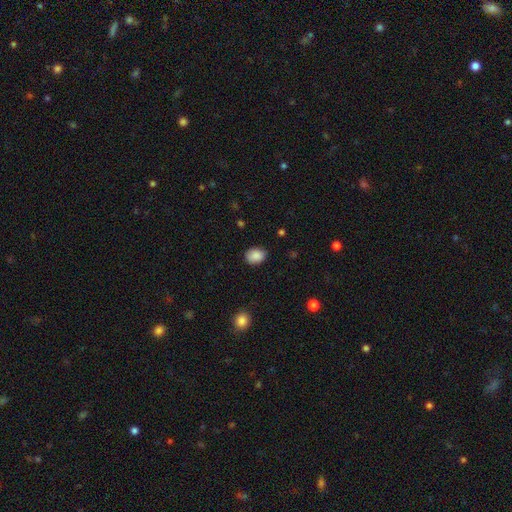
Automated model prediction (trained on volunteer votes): A smooth galaxy with no disk features (88%) that is in between round and cigar-shaped (60%). Merging: none (81%).